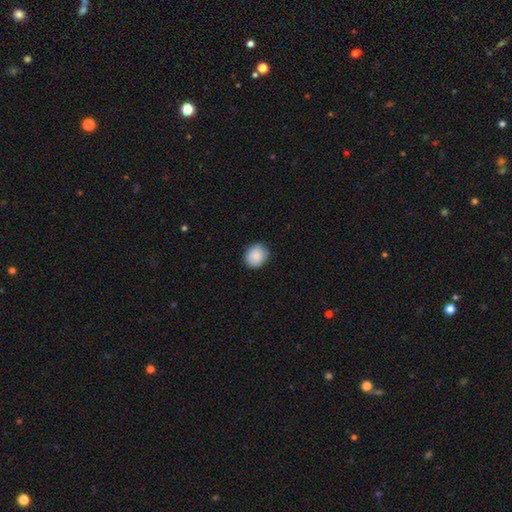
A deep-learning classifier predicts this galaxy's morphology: Overall: smooth (89%). How rounded: round (67%; in between 32%). Merging: none (87%).